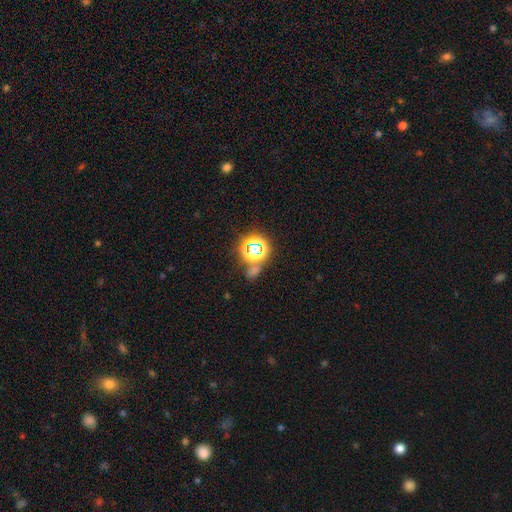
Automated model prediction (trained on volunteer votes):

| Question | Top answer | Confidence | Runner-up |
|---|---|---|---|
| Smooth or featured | star or artifact | 63% | smooth (30%) |